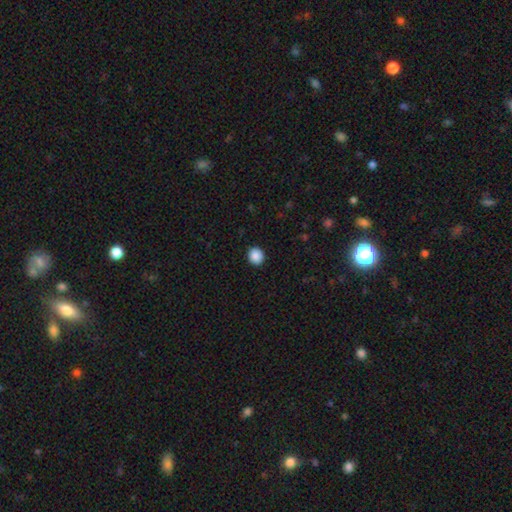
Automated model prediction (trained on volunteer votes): The model was most divided on "how rounded": round: 84%, in between: 15%, cigar-shaped: 1%. More confident: merging — none (92%); smooth or featured — smooth (89%).